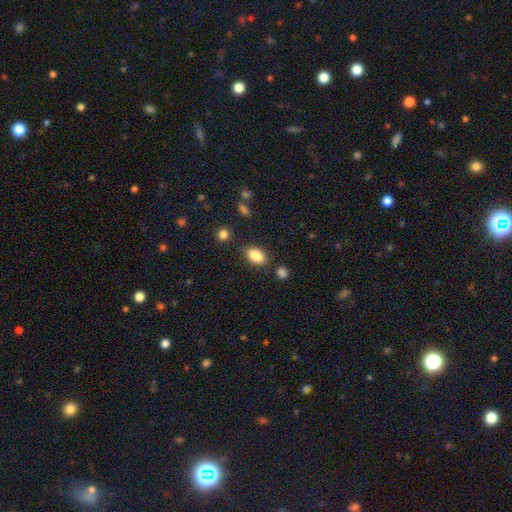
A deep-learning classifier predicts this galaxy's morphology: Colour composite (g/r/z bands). It shows a smooth galaxy with no disk features (87%) that is in between round and cigar-shaped (90%). Merging: none (81%).